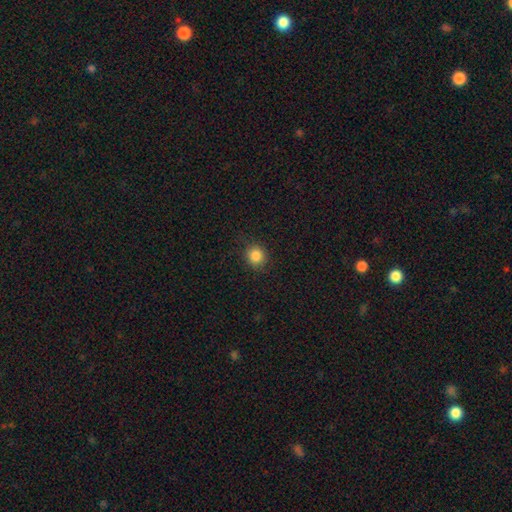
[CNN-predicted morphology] The model was most divided on "how rounded": round: 85%, in between: 14%, cigar-shaped: 1%. More confident: merging — none (86%); smooth or featured — smooth (85%).